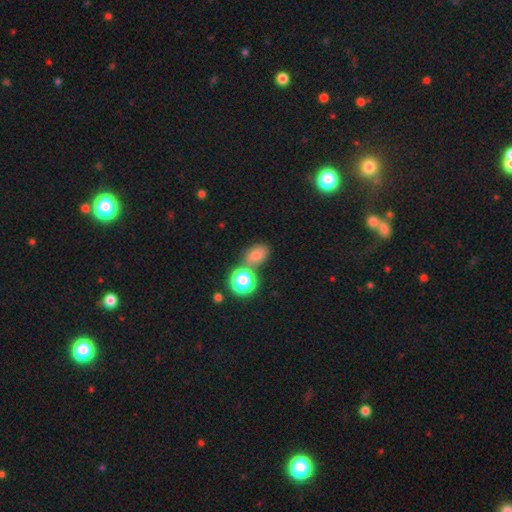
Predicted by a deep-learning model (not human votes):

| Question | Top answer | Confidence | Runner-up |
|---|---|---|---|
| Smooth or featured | smooth | 69% | star or artifact (22%) |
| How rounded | in between | 64% | round (34%) |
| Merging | none | 66% | merger (17%) |